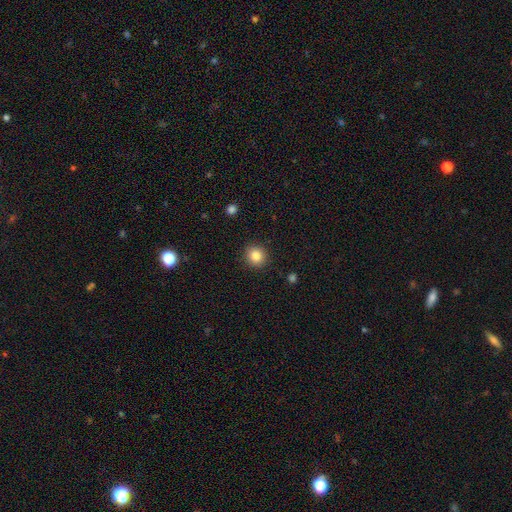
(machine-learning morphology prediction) A smooth galaxy with no disk features (84%) that is round (90%).

Vote fractions:
- Smooth or featured? smooth: 84% / star or artifact: 10% / featured or disk: 5%
- How rounded? round: 90% / in between: 9% / cigar-shaped: 1%
- Merging? none: 91% / minor disturbance: 6% / major disturbance: 2% / merger: 1%